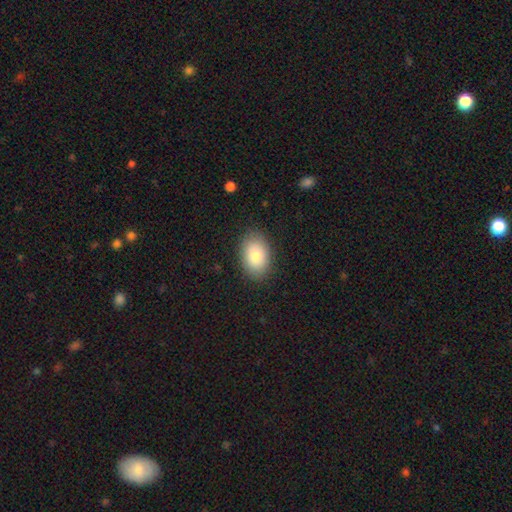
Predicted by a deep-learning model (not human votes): Smooth or featured?
  - smooth: 80% *
  - featured or disk: 13%
  - star or artifact: 7%
How rounded?
  - in between: 85% *
  - round: 14%
  - cigar-shaped: 1%
Merging?
  - none: 86% *
  - minor disturbance: 10%
  - major disturbance: 3%
  - merger: 1%